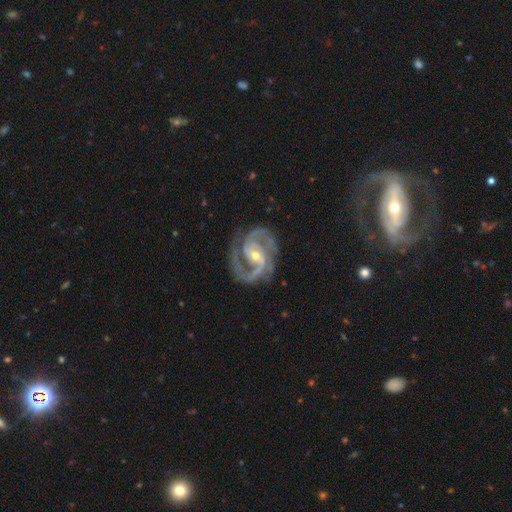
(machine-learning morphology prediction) The model was most divided on "bar": no: 38%, weak: 37%, strong: 24%. More confident: spiral arms — yes (99%); edge-on disk — no (98%); smooth or featured — featured or disk (93%); merging — none (74%); spiral arm count — 2 (72%); bulge size — small (57%); spiral winding — medium (56%).